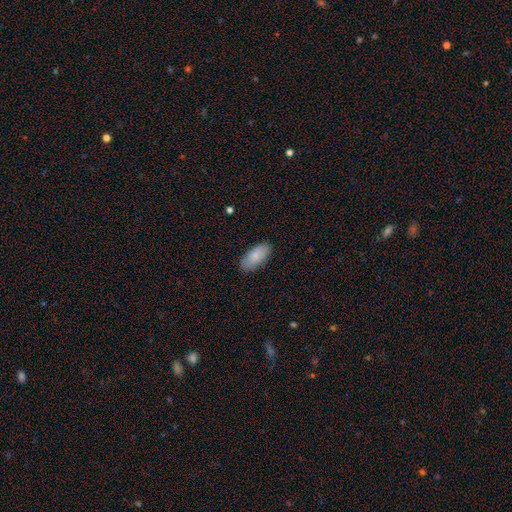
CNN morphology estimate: This appears to be a smooth galaxy with no disk features (86%) that is in between round and cigar-shaped (91%). Merging: none (87%).